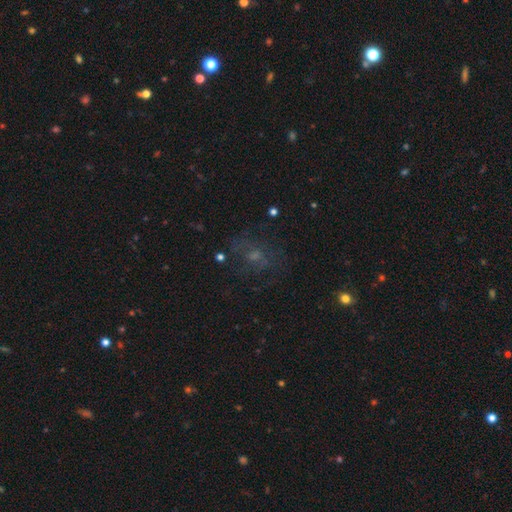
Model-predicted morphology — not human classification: Q: Smooth or featured?
A: featured or disk (37%); runner-up: smooth (32%)
Q: Merging?
A: none (63%); runner-up: minor disturbance (18%)